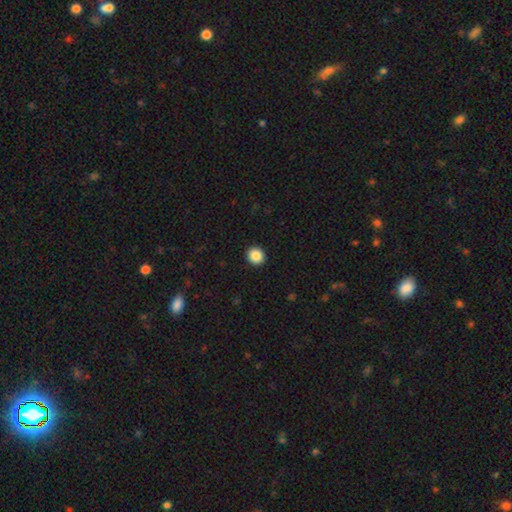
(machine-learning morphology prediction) smooth 87%, star or artifact 9%, featured or disk 4%. Down the decision tree: how rounded — round (87%); merging — none (93%).